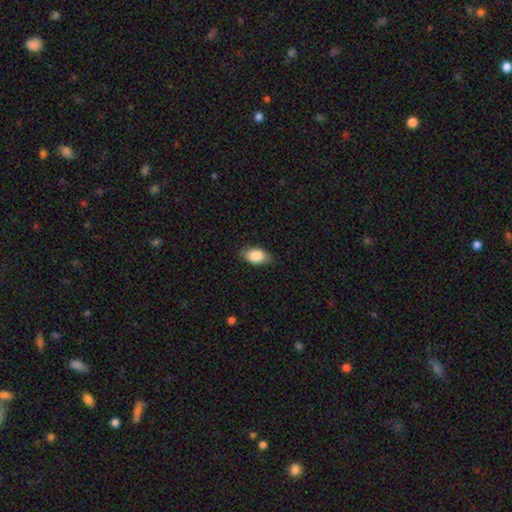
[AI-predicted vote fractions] This is clearly a smooth galaxy (87%). How rounded: clearly in between (92%). Merging: clearly none (82%).